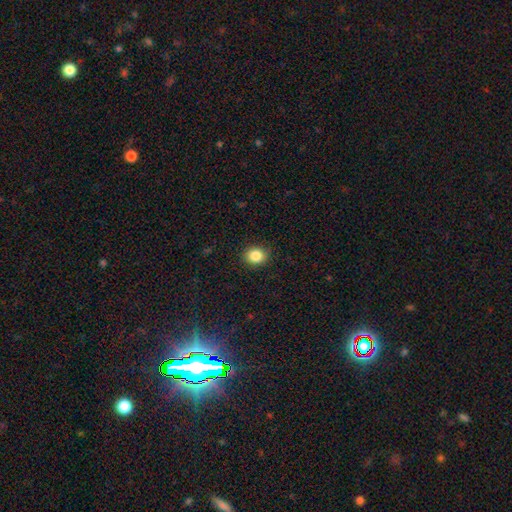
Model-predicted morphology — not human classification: This is clearly a smooth galaxy (86%). How rounded: likely round (68%). Merging: clearly none (88%).